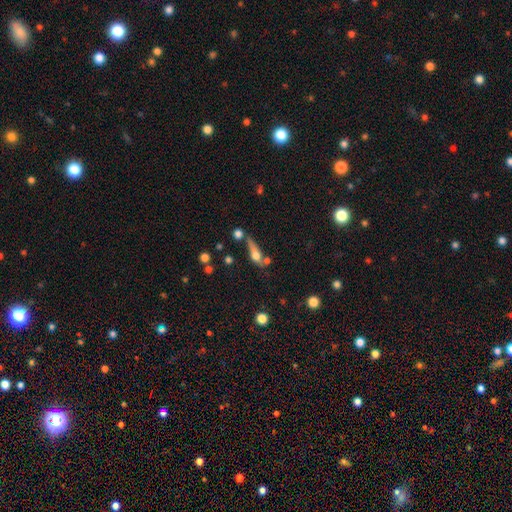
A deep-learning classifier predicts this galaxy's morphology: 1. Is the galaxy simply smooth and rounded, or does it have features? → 50% smooth, 39% featured or disk, 11% star or artifact.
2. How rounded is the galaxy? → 49% cigar-shaped, 41% in between, 10% round.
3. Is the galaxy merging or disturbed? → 41% none, 25% merger, 20% minor disturbance, 14% major disturbance.